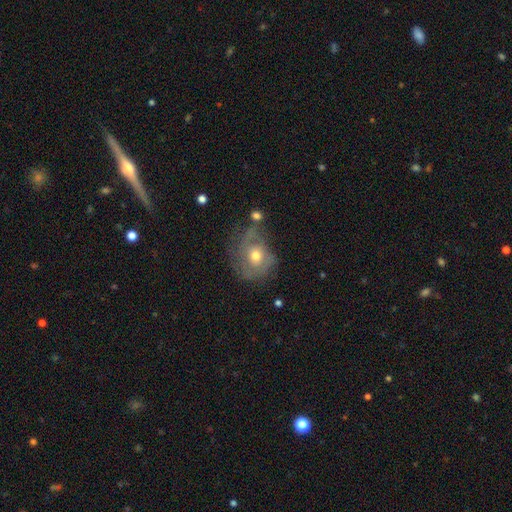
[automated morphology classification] Overall: smooth (47%; featured or disk 43%). Merging: none (40%; minor disturbance 28%).